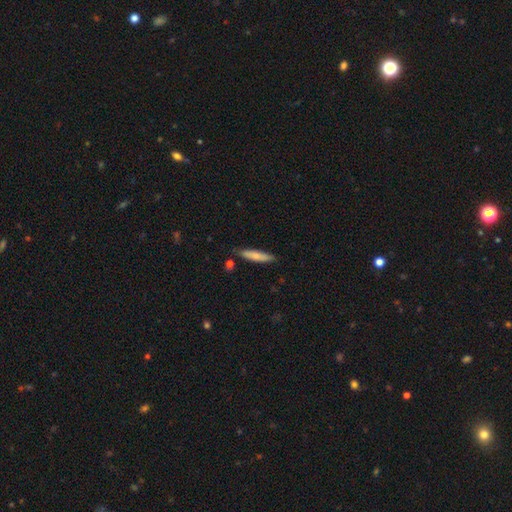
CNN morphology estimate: Smooth or featured: smooth — 75% (featured or disk — 20%)
How rounded: cigar-shaped — 85% (in between — 14%)
Merging: none — 83% (minor disturbance — 12%)